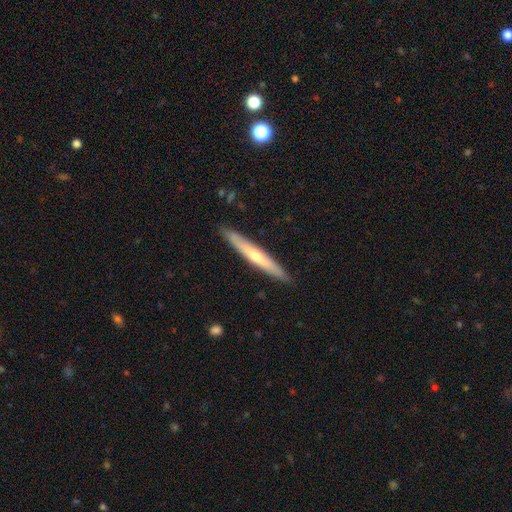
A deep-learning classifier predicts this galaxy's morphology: Smooth or featured? Predicted: featured or disk (p=0.48). Merging? Predicted: none (p=0.89).